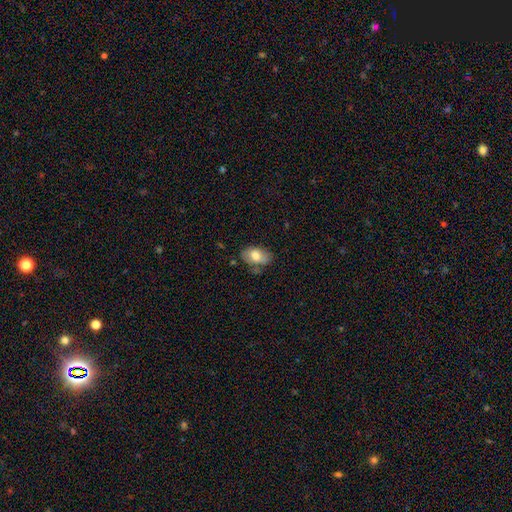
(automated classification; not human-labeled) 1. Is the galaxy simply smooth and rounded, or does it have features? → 74% smooth, 19% featured or disk, 7% star or artifact.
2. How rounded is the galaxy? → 90% in between, 9% round, 2% cigar-shaped.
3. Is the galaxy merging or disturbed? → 66% none, 23% minor disturbance, 6% major disturbance, 5% merger.